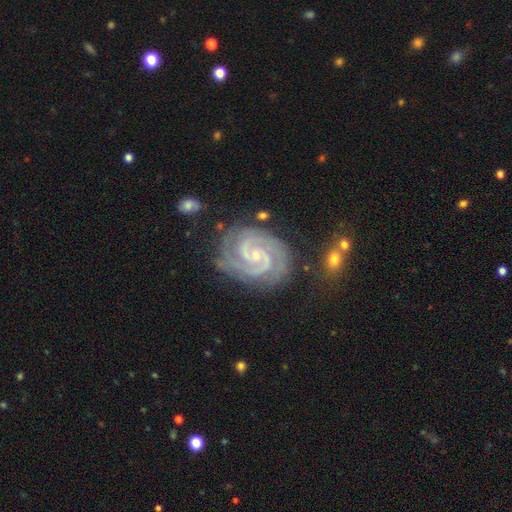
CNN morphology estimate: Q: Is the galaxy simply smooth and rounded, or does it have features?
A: featured or disk — 93%.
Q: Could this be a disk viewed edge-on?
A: no — 98%.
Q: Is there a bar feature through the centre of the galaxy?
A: no — 51%.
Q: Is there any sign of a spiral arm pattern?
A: yes — 99%.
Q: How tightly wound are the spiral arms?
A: tight — 70%.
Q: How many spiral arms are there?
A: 2 — 74%.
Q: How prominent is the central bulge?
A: small — 81%.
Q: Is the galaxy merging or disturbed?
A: none — 76%.